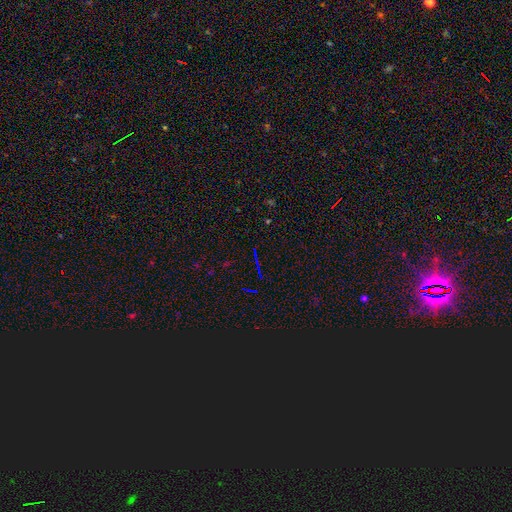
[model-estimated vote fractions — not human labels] This appears to be a star or artifact, not a galaxy (75%).